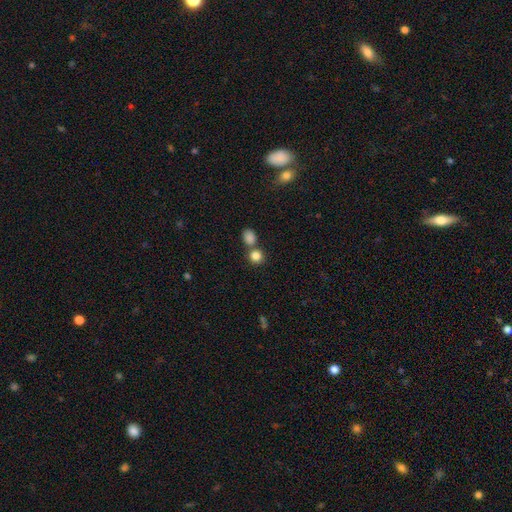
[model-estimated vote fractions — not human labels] This is clearly a smooth galaxy (84%). How rounded: clearly round (83%). Merging: possibly none (59%).